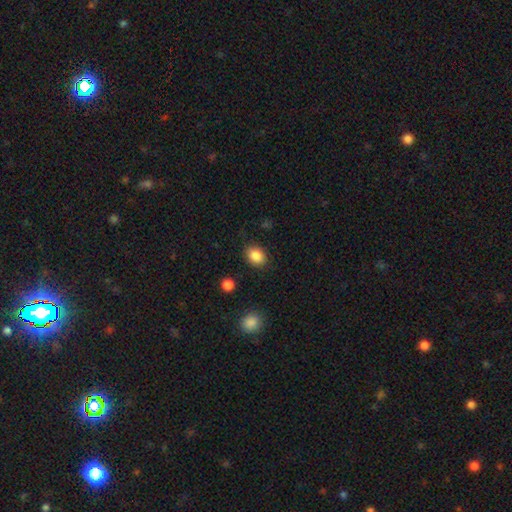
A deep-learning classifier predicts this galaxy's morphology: Smooth or featured: smooth — 86% (star or artifact — 9%)
How rounded: in between — 61% (round — 38%)
Merging: none — 86% (minor disturbance — 10%)